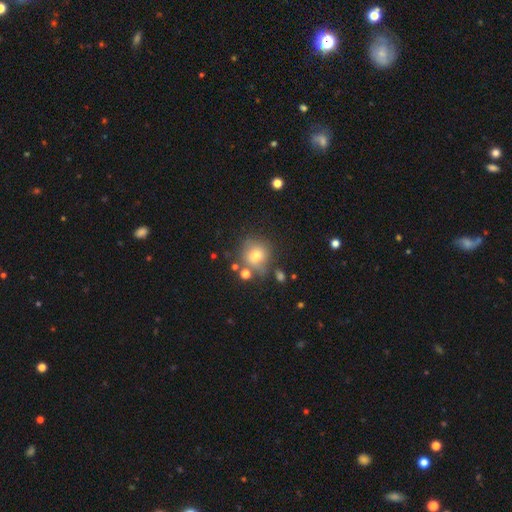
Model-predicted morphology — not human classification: Smooth or featured: smooth — 72% (featured or disk — 15%)
How rounded: round — 85% (in between — 14%)
Merging: none — 67% (minor disturbance — 16%)